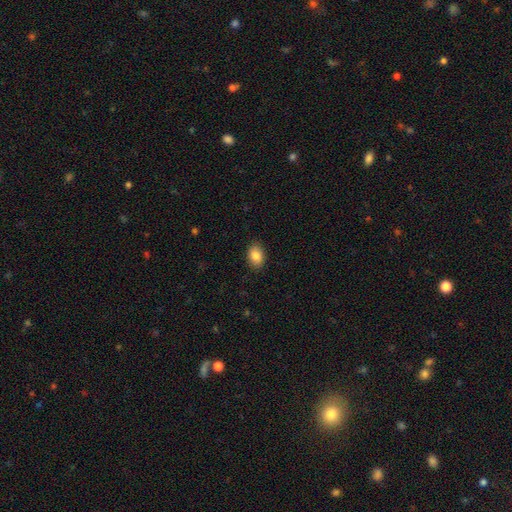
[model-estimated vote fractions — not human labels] A smooth galaxy with no disk features (86%) that is in between round and cigar-shaped (83%). Merging: none (88%).